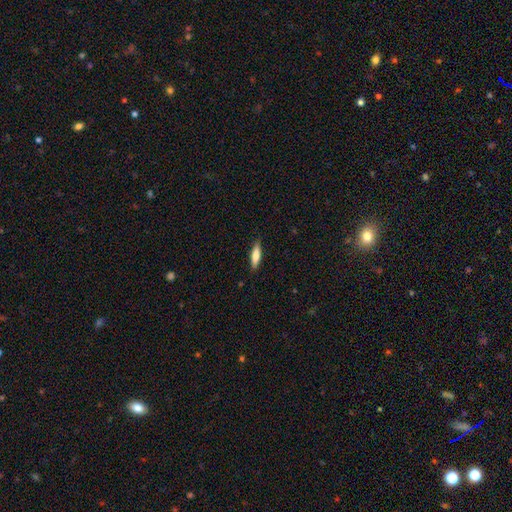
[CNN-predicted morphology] smooth_or_featured: smooth (p=0.72) [alt: featured or disk p=0.22]
how_rounded: cigar-shaped (p=0.67) [alt: in between p=0.31]
merging: none (p=0.87) [alt: minor disturbance p=0.10]